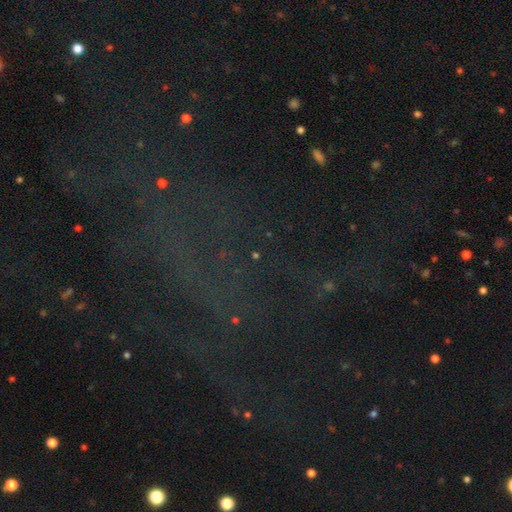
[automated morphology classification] smooth-or-featured: star or artifact: 76% | smooth: 14% | featured or disk: 10%